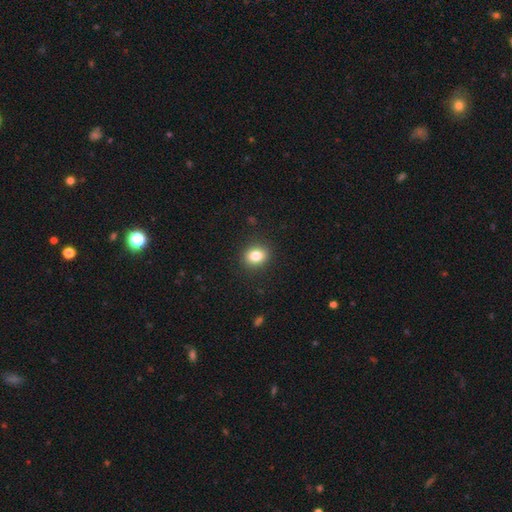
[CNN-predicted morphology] A smooth galaxy with no disk features (83%) that is round (58%). Merging: none (90%).